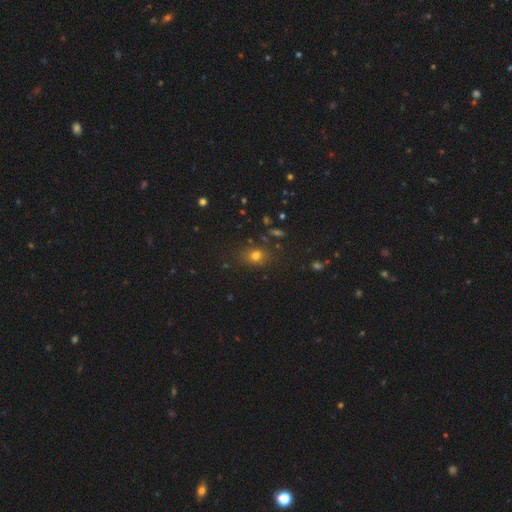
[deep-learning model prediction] smooth-or-featured: smooth: 73% | star or artifact: 19% | featured or disk: 8%
  how-rounded: round: 57% | in between: 42% | cigar-shaped: 1%
  merging: none: 81% | minor disturbance: 12% | major disturbance: 4% | merger: 3%